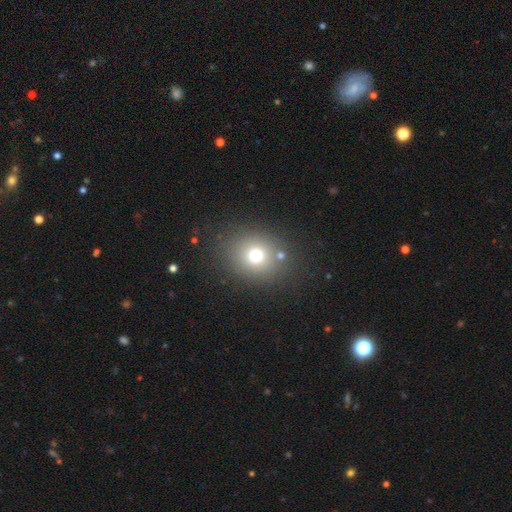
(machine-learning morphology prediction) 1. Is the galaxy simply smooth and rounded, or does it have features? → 72% smooth, 17% star or artifact, 11% featured or disk.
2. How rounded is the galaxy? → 70% round, 29% in between, 1% cigar-shaped.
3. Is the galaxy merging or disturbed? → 80% none, 9% minor disturbance, 6% merger, 5% major disturbance.